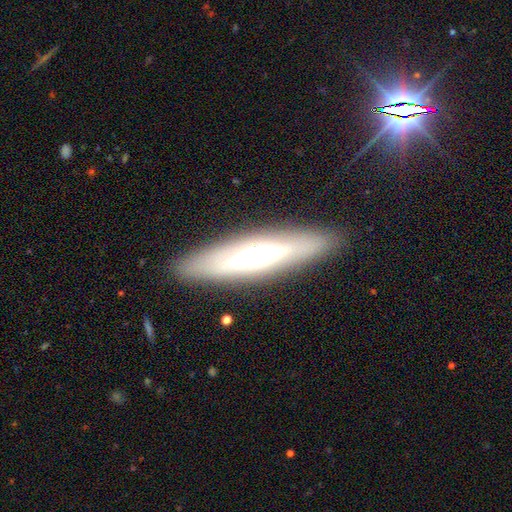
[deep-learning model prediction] Overall: featured or disk (56%; smooth 36%). Edge-on disk: yes (81%). Merging: none (88%).